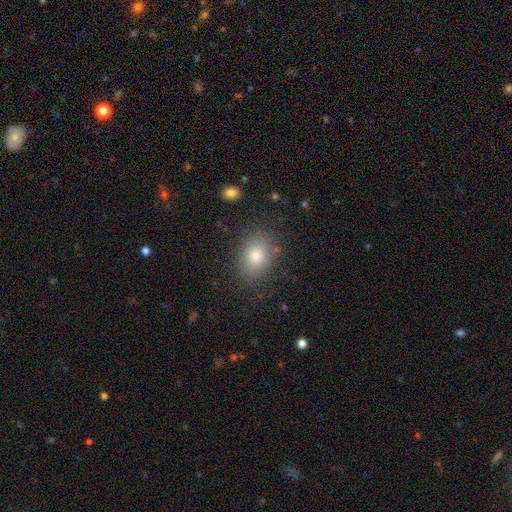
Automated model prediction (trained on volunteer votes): Overall: smooth (78%). How rounded: in between (69%; round 30%). Merging: none (84%).